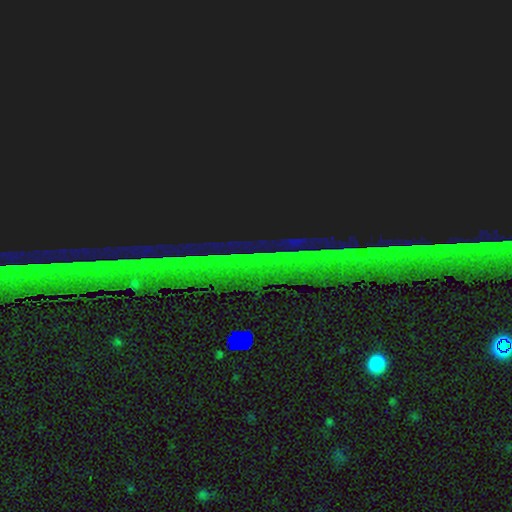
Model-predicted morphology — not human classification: Smooth or featured: star or artifact — 87% (featured or disk — 7%)